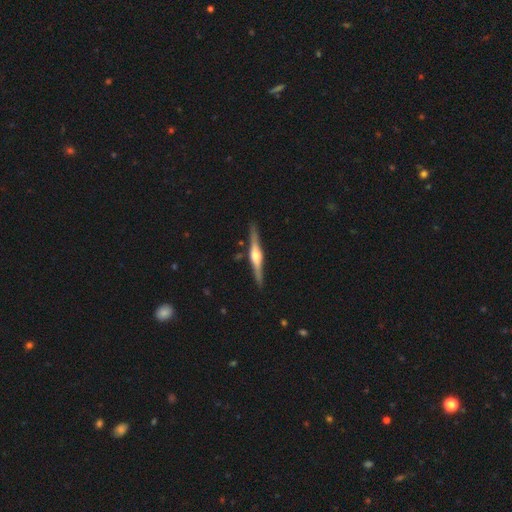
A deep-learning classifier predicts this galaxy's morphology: Smooth or featured? featured or disk (80%)
Edge-on disk? yes (98%)
Edge-on bulge? rounded (90%)
Merging? none (90%)